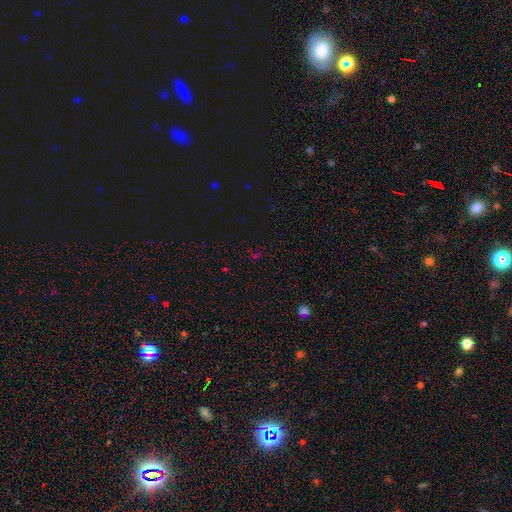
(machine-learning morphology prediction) This appears to be a star or artifact, not a galaxy (67%).